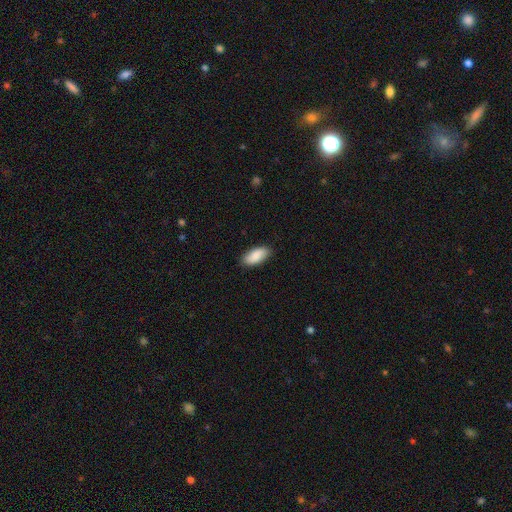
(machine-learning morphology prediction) smooth-or-featured: smooth: 87% | featured or disk: 7% | star or artifact: 6%
  how-rounded: in between: 88% | cigar-shaped: 10% | round: 2%
  merging: none: 87% | minor disturbance: 10% | major disturbance: 2% | merger: 1%